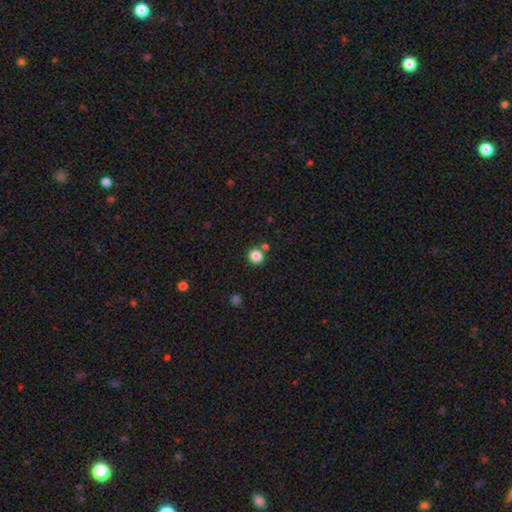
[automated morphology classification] smooth_or_featured: smooth (p=0.85) [alt: star or artifact p=0.11]
how_rounded: round (p=0.92) [alt: in between p=0.07]
merging: none (p=0.80) [alt: merger p=0.11]